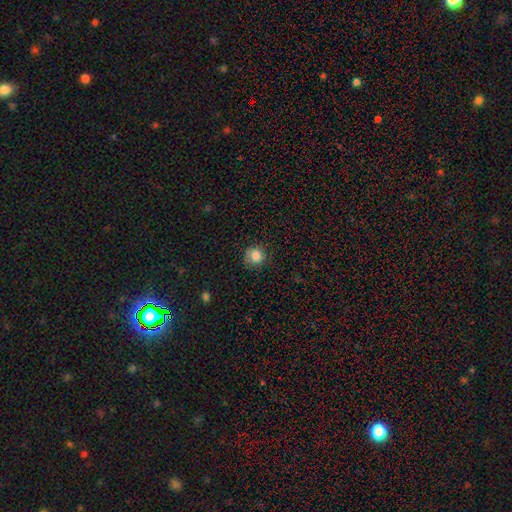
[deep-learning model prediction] A smooth galaxy with no disk features (82%) that is round (89%).

Vote fractions:
- Smooth or featured? smooth: 82% / star or artifact: 11% / featured or disk: 7%
- How rounded? round: 89% / in between: 10% / cigar-shaped: 1%
- Merging? none: 80% / minor disturbance: 15% / major disturbance: 4% / merger: 1%